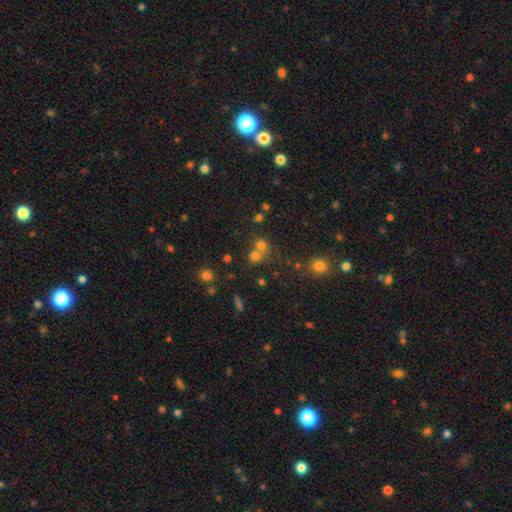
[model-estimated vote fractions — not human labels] A smooth galaxy with no disk features (67%) that is round (79%). Merging: merger (48%).